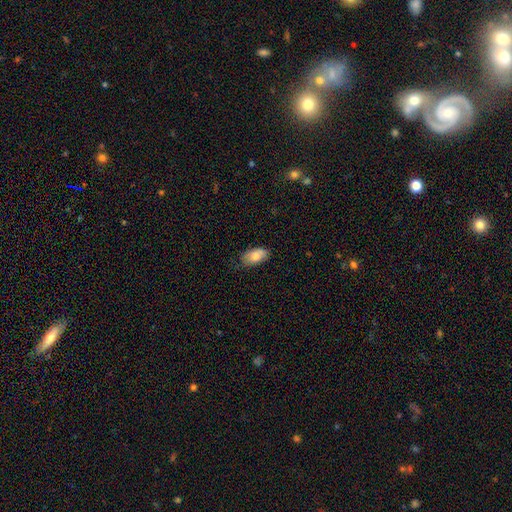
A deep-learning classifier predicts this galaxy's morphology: Overall: smooth (79%). How rounded: in between (93%). Merging: none (73%).